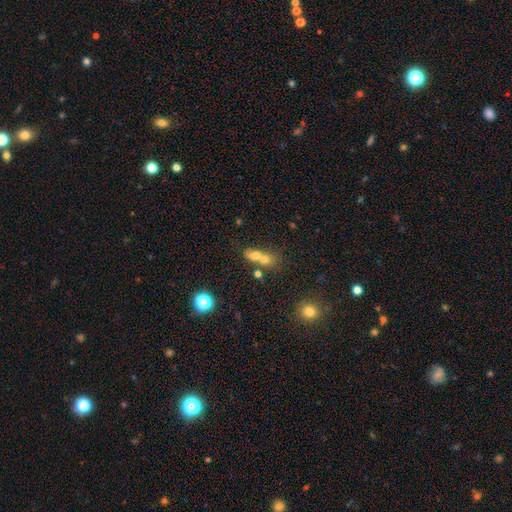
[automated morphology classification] smooth_or_featured: smooth (p=0.65) [alt: featured or disk p=0.21]
how_rounded: in between (p=0.54) [alt: round p=0.41]
merging: merger (p=0.65) [alt: none p=0.21]